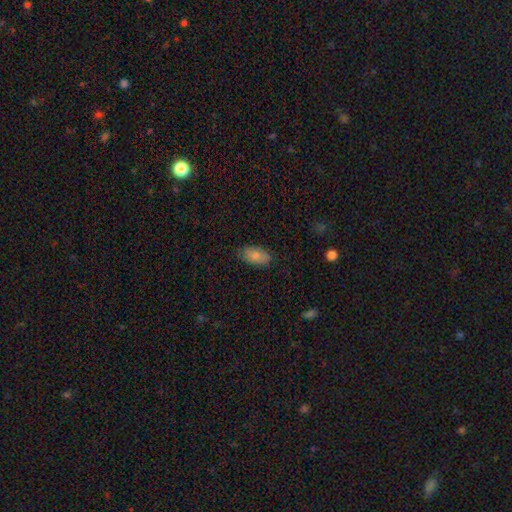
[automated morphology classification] Smooth or featured?
  - smooth: 82% *
  - featured or disk: 11%
  - star or artifact: 7%
How rounded?
  - in between: 93% *
  - cigar-shaped: 4%
  - round: 3%
Merging?
  - none: 81% *
  - minor disturbance: 15%
  - major disturbance: 3%
  - merger: 1%